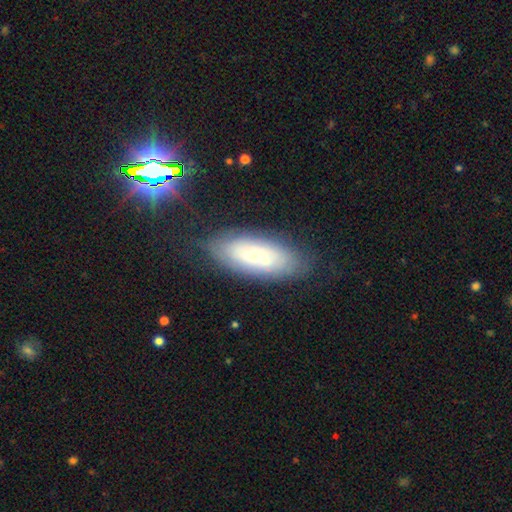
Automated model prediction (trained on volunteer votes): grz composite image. It shows a featured or disk galaxy (45%, tied with smooth). Merging: none (76%).